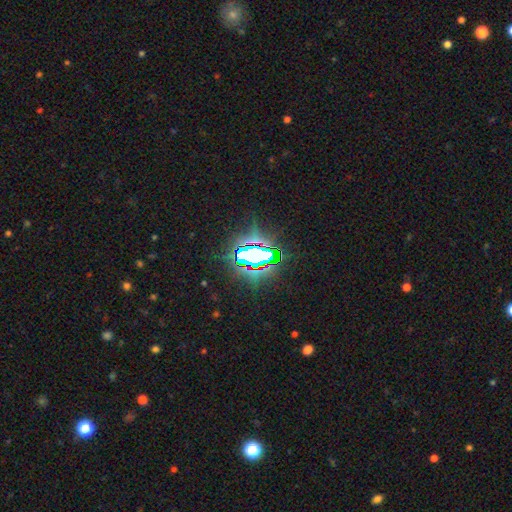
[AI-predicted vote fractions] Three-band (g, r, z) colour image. It shows a star or artifact, not a galaxy (71%).